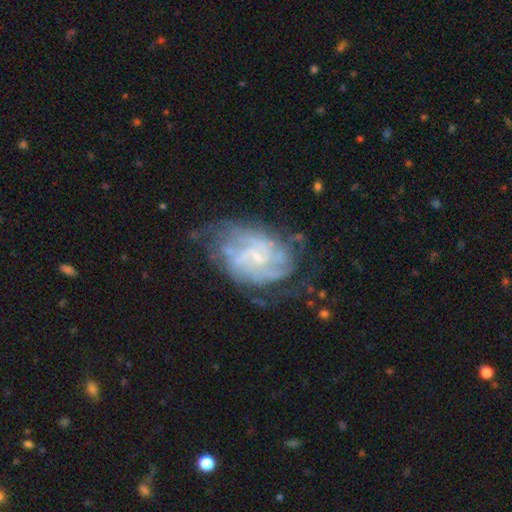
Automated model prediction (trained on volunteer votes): Smooth or featured: featured or disk — 84% (smooth — 9%)
Edge-on disk: no — 97% (yes — 3%)
Bar: no — 48% (weak — 43%)
Spiral arms: yes — 91% (no — 9%)
Spiral winding: tight — 52% (medium — 37%)
Spiral arm count: can't tell — 37% (2 — 28%)
Bulge size: small — 73% (moderate — 17%)
Merging: none — 58% (minor disturbance — 24%)